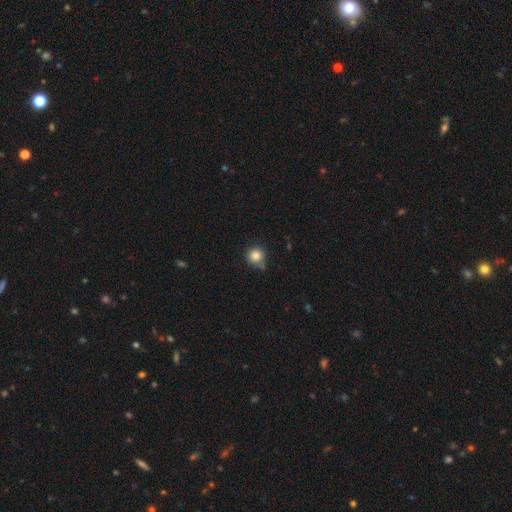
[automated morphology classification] smooth_or_featured: smooth (p=0.84) [alt: star or artifact p=0.11]
how_rounded: round (p=0.93) [alt: in between p=0.06]
merging: none (p=0.68) [alt: minor disturbance p=0.21]